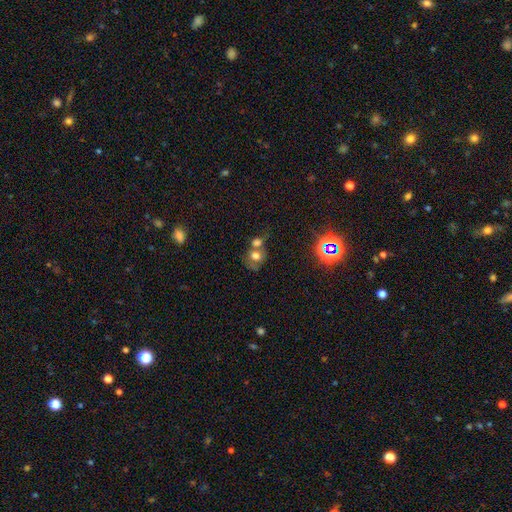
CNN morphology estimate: A smooth galaxy with no disk features (62%) that is round (62%).

Vote fractions:
- Smooth or featured? smooth: 62% / featured or disk: 20% / star or artifact: 17%
- How rounded? round: 62% / in between: 37% / cigar-shaped: 1%
- Merging? merger: 57% / none: 27% / minor disturbance: 9% / major disturbance: 8%